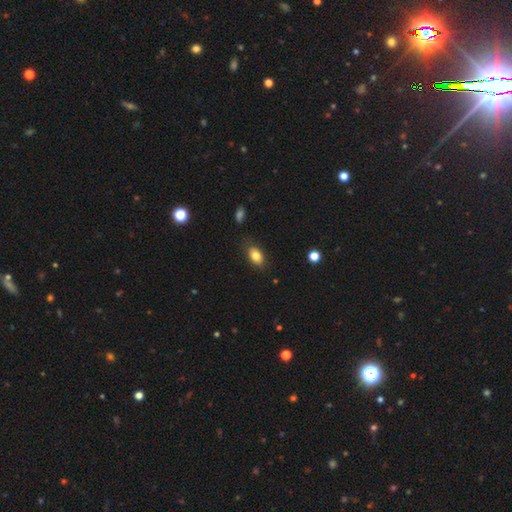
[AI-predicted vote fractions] Smooth or featured?
  - smooth: 81% *
  - featured or disk: 11%
  - star or artifact: 8%
How rounded?
  - in between: 87% *
  - round: 10%
  - cigar-shaped: 3%
Merging?
  - none: 78% *
  - minor disturbance: 17%
  - major disturbance: 4%
  - merger: 2%